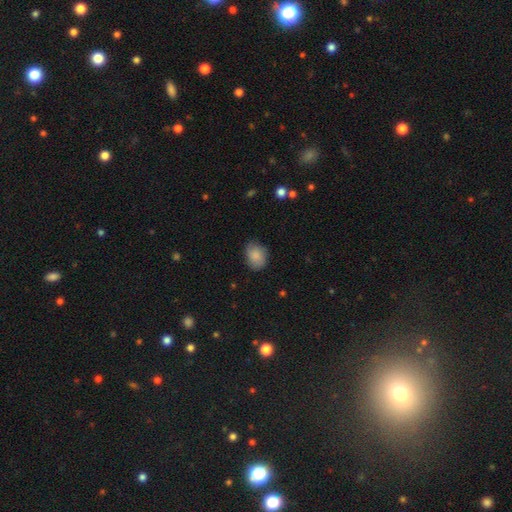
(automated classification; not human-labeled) Smooth or featured: smooth — 84% (featured or disk — 9%)
How rounded: in between — 63% (round — 36%)
Merging: none — 77% (minor disturbance — 18%)